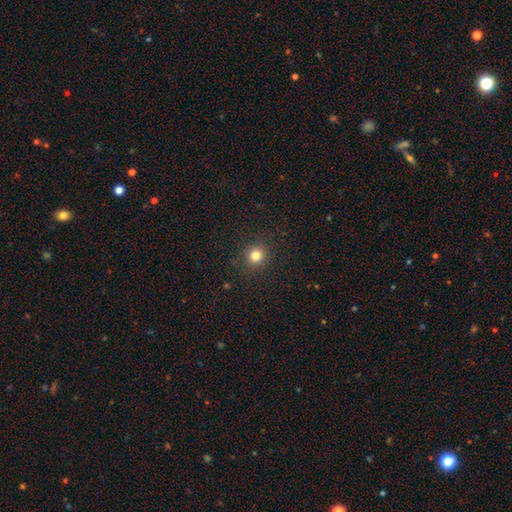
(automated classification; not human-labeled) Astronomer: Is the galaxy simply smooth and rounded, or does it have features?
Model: smooth — 82%.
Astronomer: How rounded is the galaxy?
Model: round — 90%.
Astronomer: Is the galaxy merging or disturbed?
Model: none — 89%.